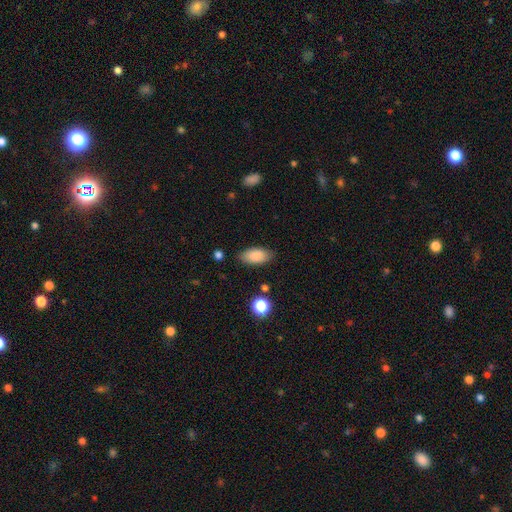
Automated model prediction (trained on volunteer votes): Smooth or featured: smooth — 87% (star or artifact — 7%)
How rounded: in between — 91% (cigar-shaped — 6%)
Merging: none — 83% (minor disturbance — 12%)